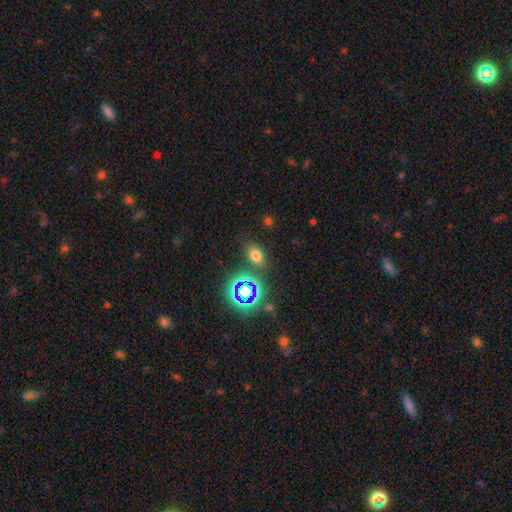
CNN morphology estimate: This is likely a smooth galaxy (66%). How rounded: likely in between (77%). Merging: likely none (79%).